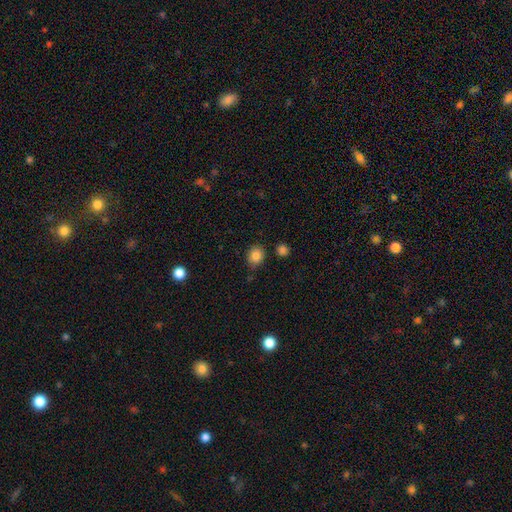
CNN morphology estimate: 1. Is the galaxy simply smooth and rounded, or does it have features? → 84% smooth, 10% star or artifact, 6% featured or disk.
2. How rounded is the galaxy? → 68% round, 31% in between, 1% cigar-shaped.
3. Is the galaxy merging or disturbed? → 79% none, 13% minor disturbance, 5% merger, 3% major disturbance.